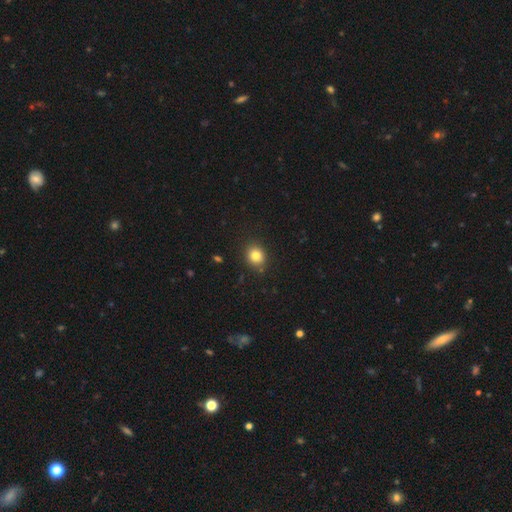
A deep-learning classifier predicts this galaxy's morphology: This is clearly a smooth galaxy (82%). How rounded: likely round (71%). Merging: clearly none (87%).